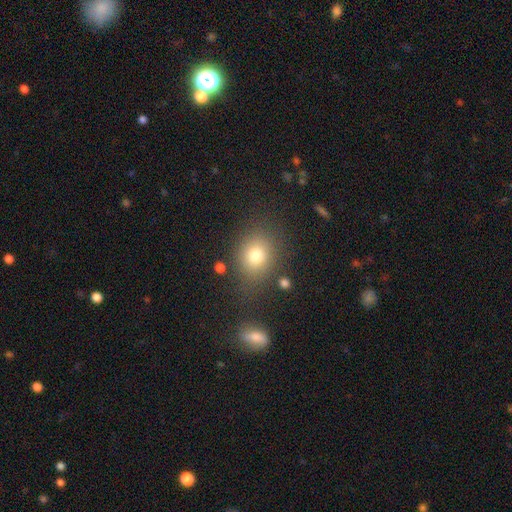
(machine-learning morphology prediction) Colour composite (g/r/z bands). It shows a smooth galaxy with no disk features (77%) that is round (60%). Merging: none (77%).